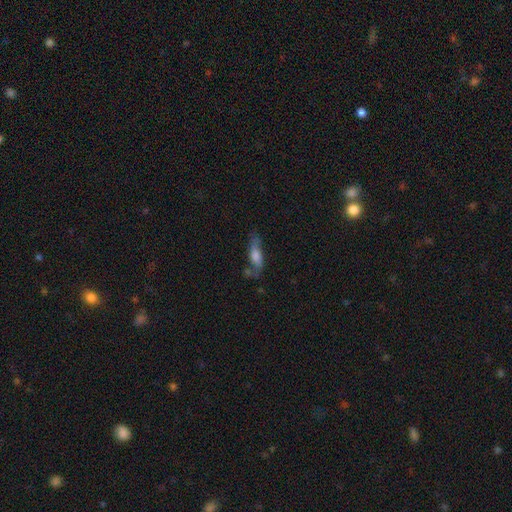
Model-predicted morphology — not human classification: Smooth or featured? smooth (51%)
How rounded? cigar-shaped (49%)
Merging? none (59%)